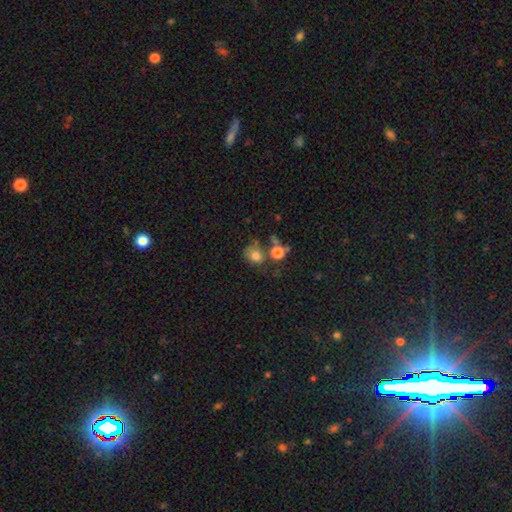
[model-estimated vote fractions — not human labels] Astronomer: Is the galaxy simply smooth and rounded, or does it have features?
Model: smooth — 72%.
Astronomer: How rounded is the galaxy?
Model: round — 67%.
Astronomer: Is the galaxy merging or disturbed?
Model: none — 41% (runner-up: merger, 25%).